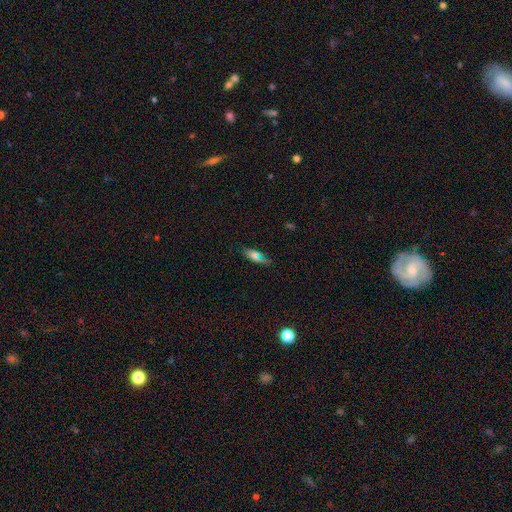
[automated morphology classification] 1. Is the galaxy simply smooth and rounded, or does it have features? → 57% smooth, 25% star or artifact, 17% featured or disk.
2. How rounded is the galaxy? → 60% in between, 33% cigar-shaped, 7% round.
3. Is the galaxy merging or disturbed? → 66% none, 18% minor disturbance, 9% major disturbance, 7% merger.